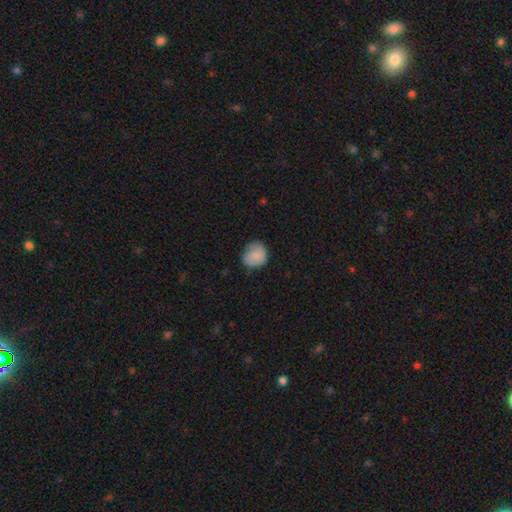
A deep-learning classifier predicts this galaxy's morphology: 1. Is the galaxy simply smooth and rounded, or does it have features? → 79% smooth, 14% featured or disk, 8% star or artifact.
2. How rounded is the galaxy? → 80% round, 19% in between, 1% cigar-shaped.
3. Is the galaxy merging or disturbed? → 72% none, 22% minor disturbance, 5% major disturbance, 1% merger.